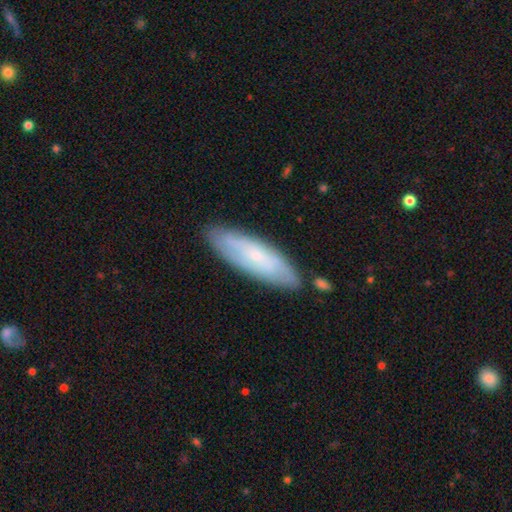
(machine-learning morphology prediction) smooth_or_featured: smooth (p=0.51) [alt: featured or disk p=0.42]
how_rounded: cigar-shaped (p=0.53) [alt: in between p=0.46]
merging: none (p=0.80) [alt: minor disturbance p=0.14]